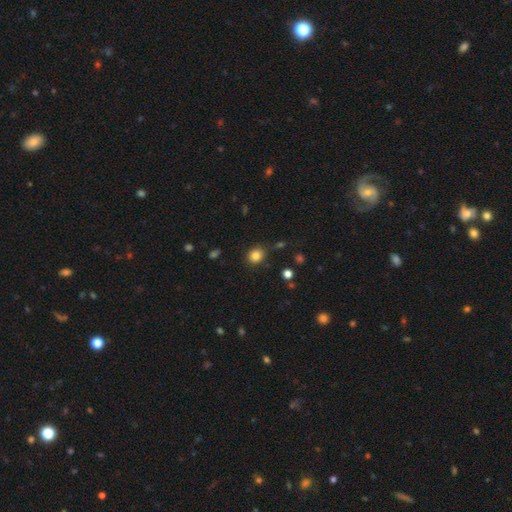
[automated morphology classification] Q: Smooth or featured?
A: smooth (83%); runner-up: star or artifact (12%)
Q: How rounded?
A: round (80%); runner-up: in between (19%)
Q: Merging?
A: none (83%); runner-up: minor disturbance (11%)